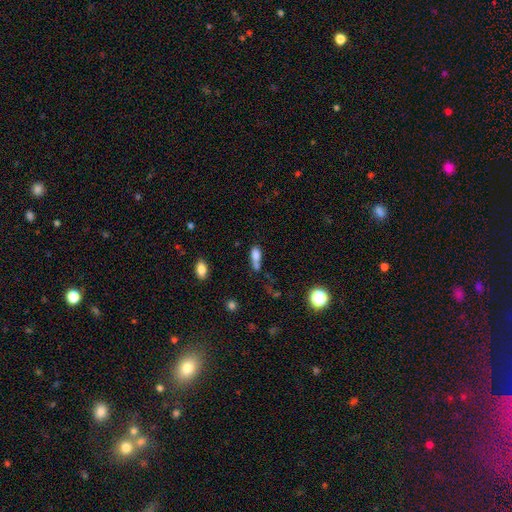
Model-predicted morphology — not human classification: This appears to be a smooth galaxy with no disk features (77%) that is in between round and cigar-shaped (76%). Merging: merger (37%).